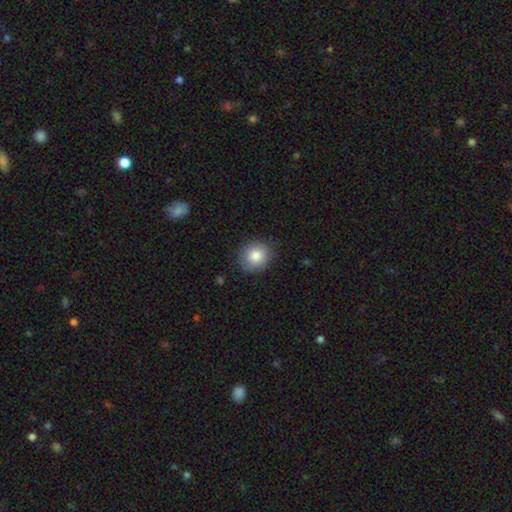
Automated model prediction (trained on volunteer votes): Smooth or featured? Predicted: smooth (p=0.83). How rounded? Predicted: round (p=0.80). Merging? Predicted: none (p=0.84).